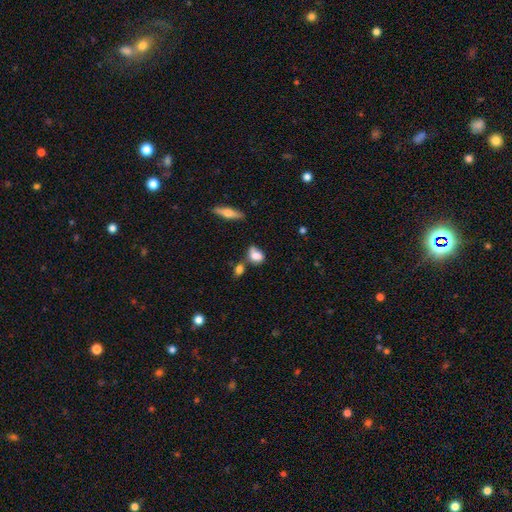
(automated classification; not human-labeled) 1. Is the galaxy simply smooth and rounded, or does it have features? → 76% smooth, 14% featured or disk, 10% star or artifact.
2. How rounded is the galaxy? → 70% in between, 27% round, 4% cigar-shaped.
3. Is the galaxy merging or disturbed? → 37% none, 28% merger, 24% minor disturbance, 11% major disturbance.